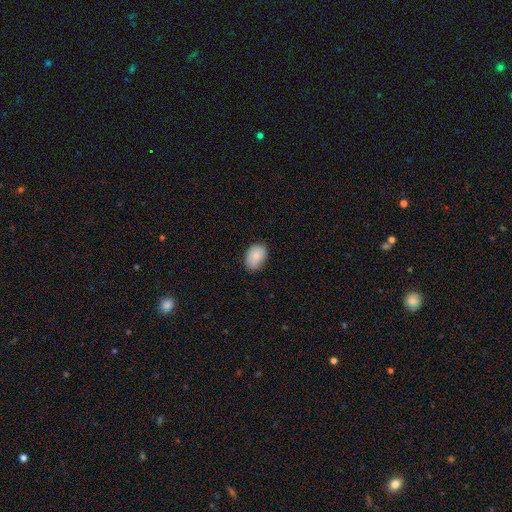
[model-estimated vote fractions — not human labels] Smooth or featured? smooth (83%)
How rounded? in between (78%)
Merging? none (70%)